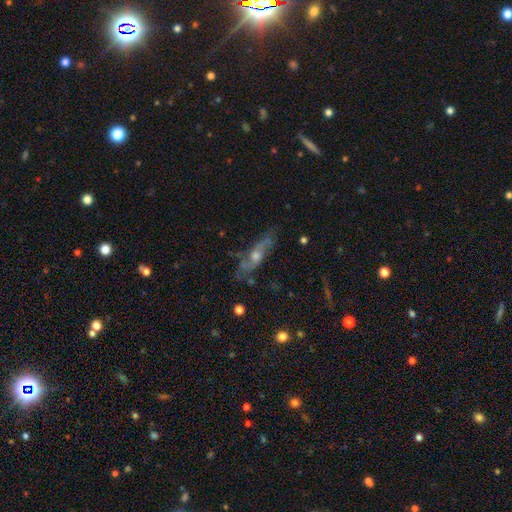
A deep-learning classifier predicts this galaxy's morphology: A featured or disk galaxy (65%). Merging: none (60%).